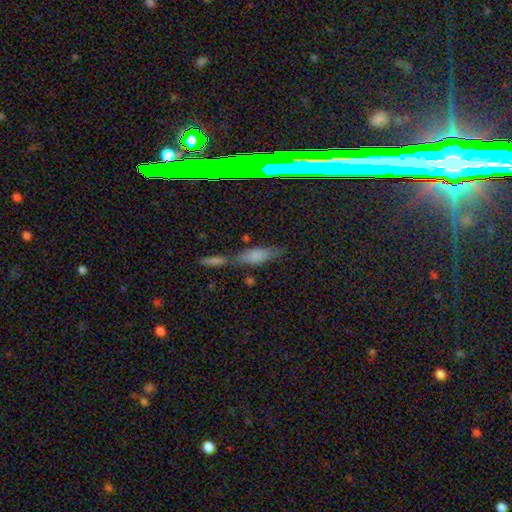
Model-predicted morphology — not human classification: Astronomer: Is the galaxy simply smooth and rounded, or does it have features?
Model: smooth — 64%.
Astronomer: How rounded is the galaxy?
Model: in between — 51% (runner-up: cigar-shaped, 45%).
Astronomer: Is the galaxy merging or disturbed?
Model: none — 48% (runner-up: merger, 28%).